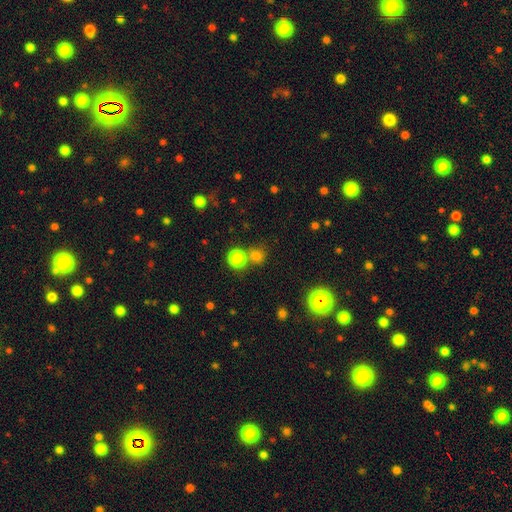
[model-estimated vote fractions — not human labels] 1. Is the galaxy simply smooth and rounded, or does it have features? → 74% smooth, 20% star or artifact, 6% featured or disk.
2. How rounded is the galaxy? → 86% round, 13% in between, 1% cigar-shaped.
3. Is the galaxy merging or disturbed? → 61% none, 27% merger, 8% minor disturbance, 4% major disturbance.